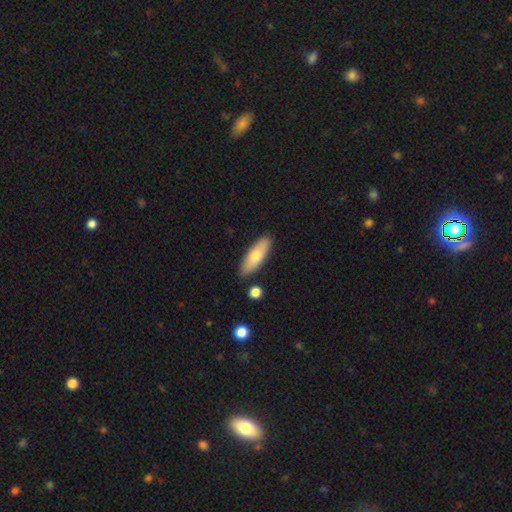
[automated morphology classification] Smooth or featured?
  - smooth: 69% *
  - featured or disk: 25%
  - star or artifact: 6%
How rounded?
  - in between: 63% *
  - cigar-shaped: 34%
  - round: 2%
Merging?
  - none: 86% *
  - minor disturbance: 10%
  - merger: 3%
  - major disturbance: 2%